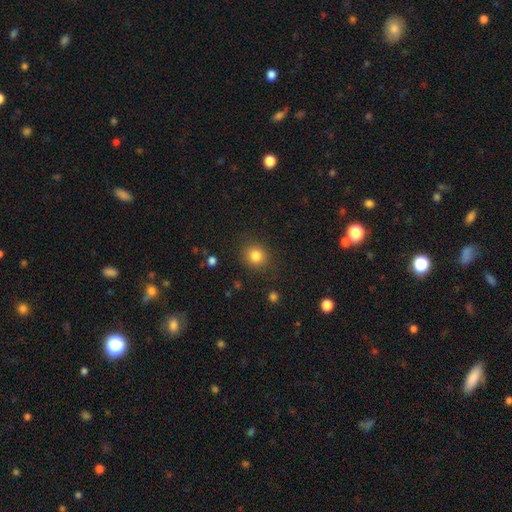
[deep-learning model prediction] Morphology: type=smooth (83%); roundness=round (82%); merging=none (87%).